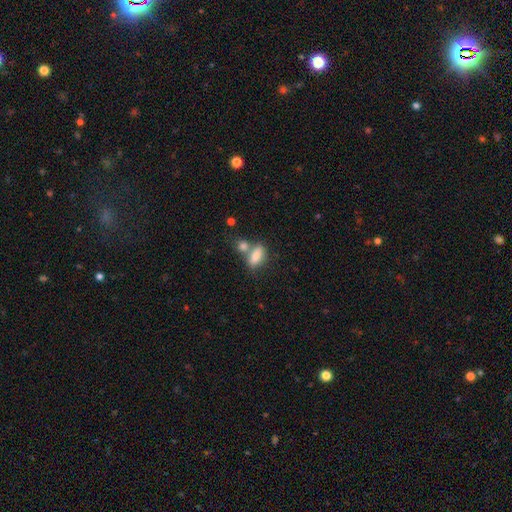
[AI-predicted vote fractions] A smooth galaxy with no disk features (81%) that is in between round and cigar-shaped (76%). Merging: none (44%).